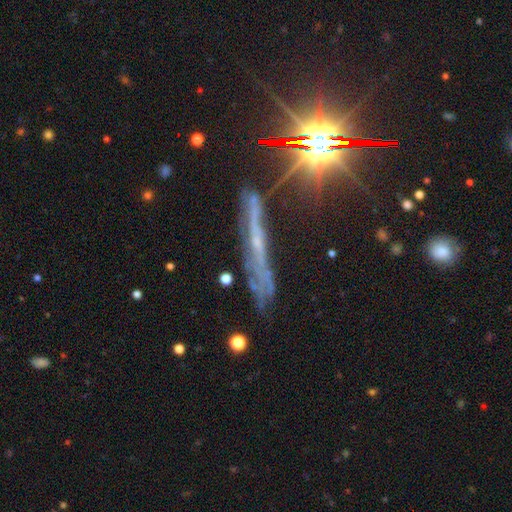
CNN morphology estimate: Smooth or featured? Predicted: featured or disk (p=0.60). Edge-on disk? Predicted: yes (p=0.75). Merging? Predicted: none (p=0.58).